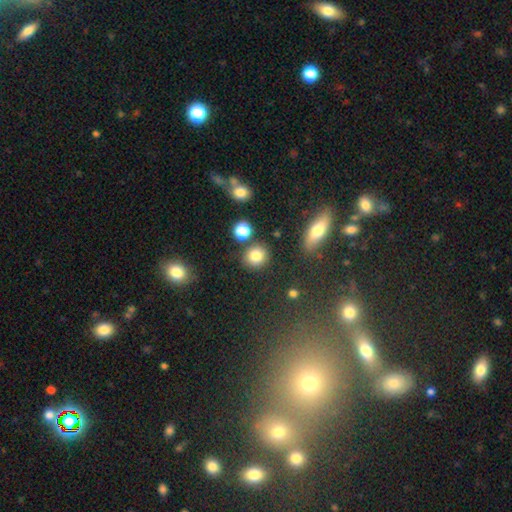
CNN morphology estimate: A smooth galaxy with no disk features (81%) that is round (83%).

Vote fractions:
- Smooth or featured? smooth: 81% / star or artifact: 11% / featured or disk: 7%
- How rounded? round: 83% / in between: 16% / cigar-shaped: 1%
- Merging? none: 80% / minor disturbance: 10% / merger: 7% / major disturbance: 3%